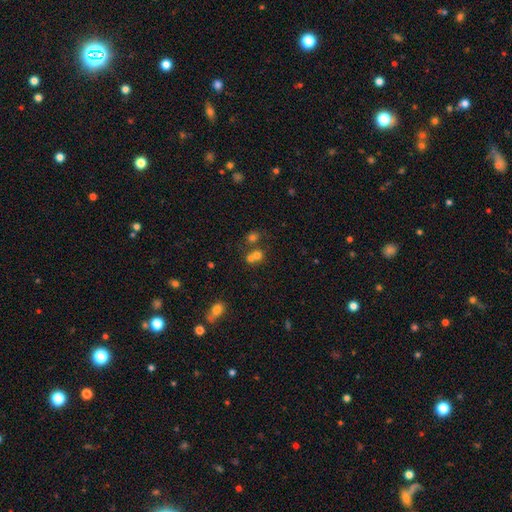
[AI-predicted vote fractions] The model was most divided on "merging": merger: 51%, none: 39%, minor disturbance: 6%, major disturbance: 4%. More confident: how rounded — round (79%); smooth or featured — smooth (65%).